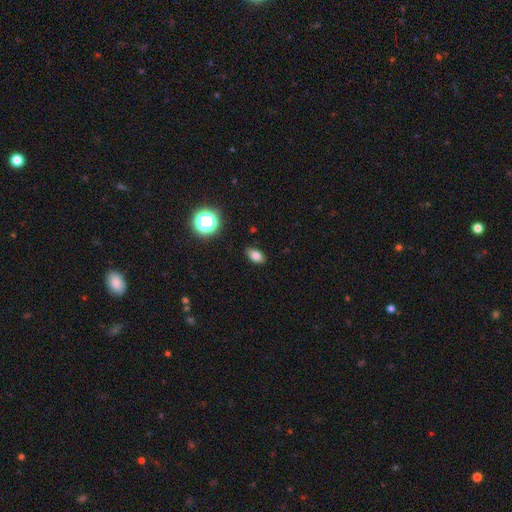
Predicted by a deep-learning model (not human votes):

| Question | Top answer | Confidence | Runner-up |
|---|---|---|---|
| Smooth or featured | smooth | 78% | star or artifact (13%) |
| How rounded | in between | 86% | round (11%) |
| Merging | none | 86% | minor disturbance (11%) |